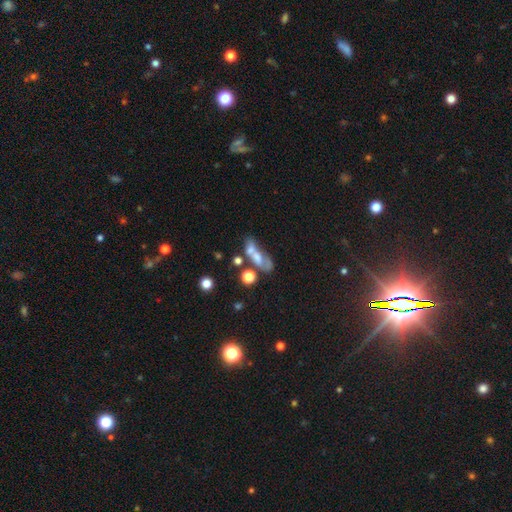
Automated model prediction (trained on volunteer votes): This appears to be a smooth galaxy with no disk features (46%). Merging: merger (44%).